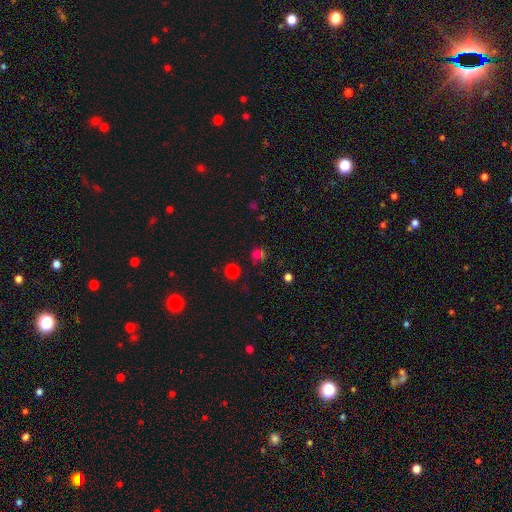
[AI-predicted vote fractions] Smooth or featured? Predicted: smooth (p=0.61). How rounded? Predicted: round (p=0.83). Merging? Predicted: none (p=0.70).